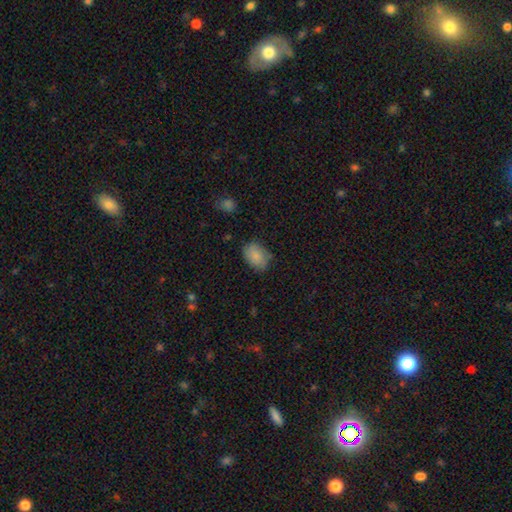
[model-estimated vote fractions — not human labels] This is clearly a smooth galaxy (85%). How rounded: clearly in between (83%). Merging: likely none (75%).